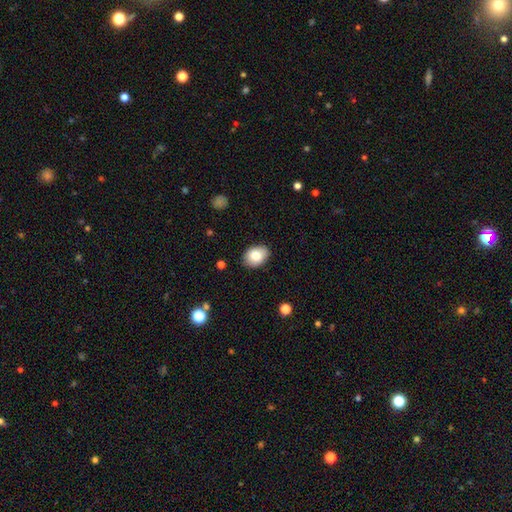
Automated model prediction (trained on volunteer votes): A smooth galaxy with no disk features (81%) that is in between round and cigar-shaped (77%). Merging: none (85%).